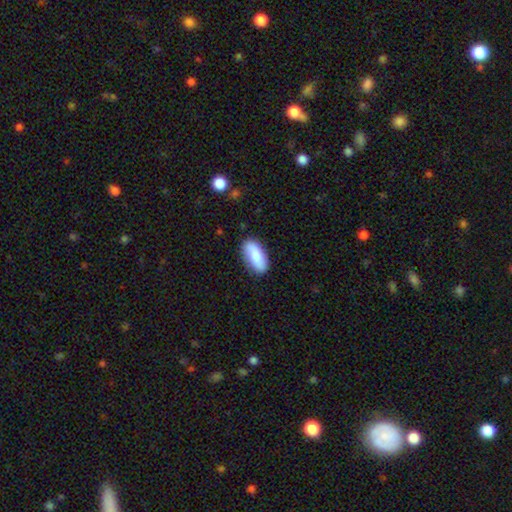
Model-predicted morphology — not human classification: Overall: smooth (70%). How rounded: in between (86%). Merging: none (79%).